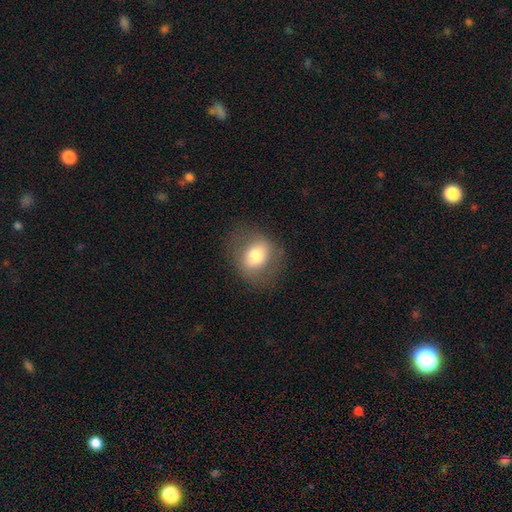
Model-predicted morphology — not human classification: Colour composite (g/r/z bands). It shows a smooth galaxy with no disk features (66%) that is in between round and cigar-shaped (52%). Merging: none (77%).